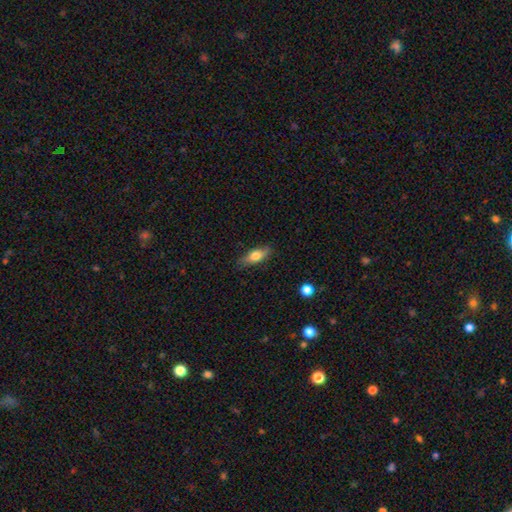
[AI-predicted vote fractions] Smooth or featured?
  - smooth: 70% *
  - featured or disk: 23%
  - star or artifact: 7%
How rounded?
  - in between: 68% *
  - cigar-shaped: 28%
  - round: 4%
Merging?
  - none: 82% *
  - minor disturbance: 14%
  - major disturbance: 3%
  - merger: 1%